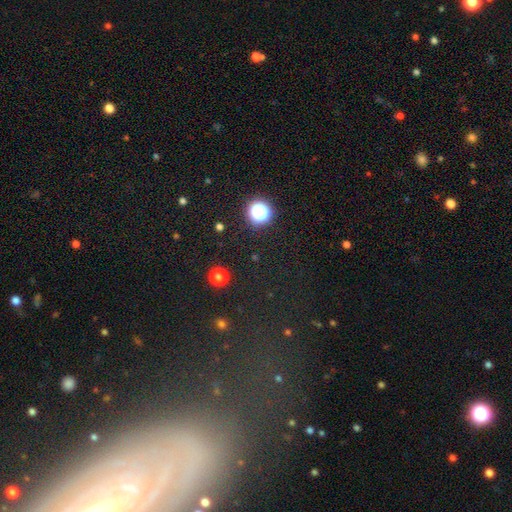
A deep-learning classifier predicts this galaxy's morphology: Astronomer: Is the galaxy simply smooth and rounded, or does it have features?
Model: star or artifact — 42% (runner-up: featured or disk, 32%).